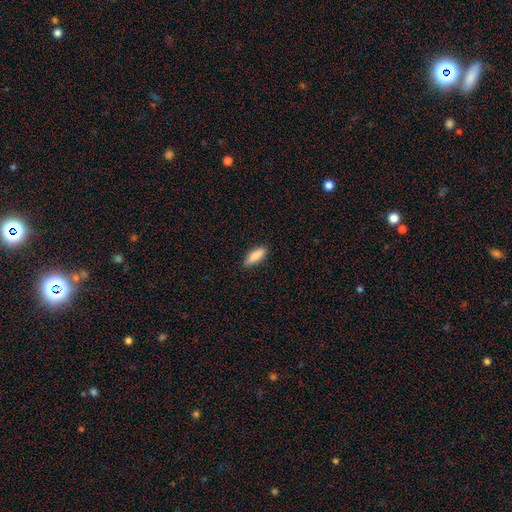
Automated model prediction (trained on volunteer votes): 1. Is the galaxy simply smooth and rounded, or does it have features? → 87% smooth, 7% featured or disk, 6% star or artifact.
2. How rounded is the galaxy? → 60% in between, 38% cigar-shaped, 2% round.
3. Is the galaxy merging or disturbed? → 88% none, 10% minor disturbance, 2% major disturbance, 1% merger.